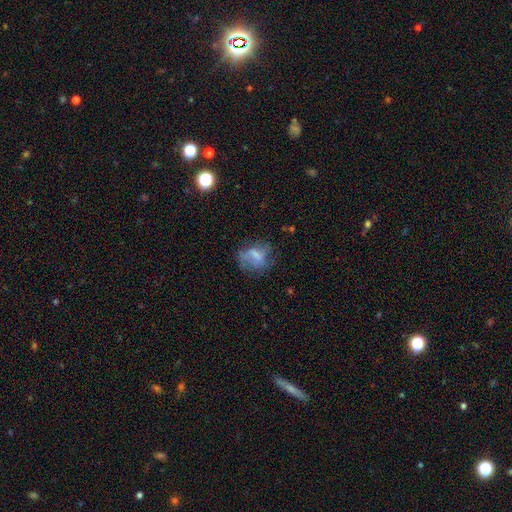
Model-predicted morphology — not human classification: Overall: smooth (48%; featured or disk 40%). Merging: none (47%; major disturbance 26%).